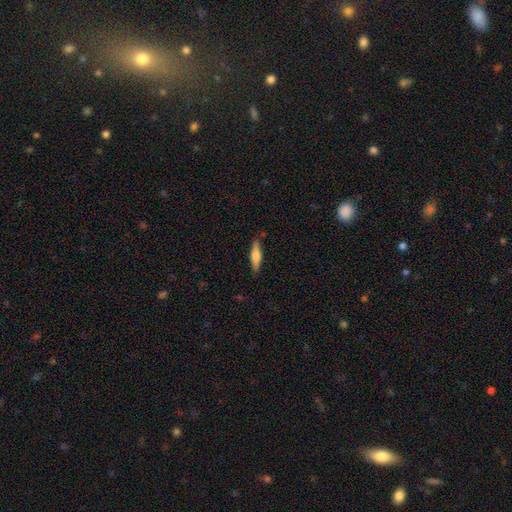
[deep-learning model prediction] A smooth galaxy with no disk features (55%) that is cigar-shaped (75%).

Vote fractions:
- Smooth or featured? smooth: 55% / featured or disk: 39% / star or artifact: 6%
- How rounded? cigar-shaped: 75% / in between: 23% / round: 2%
- Merging? none: 86% / minor disturbance: 11% / major disturbance: 2% / merger: 2%